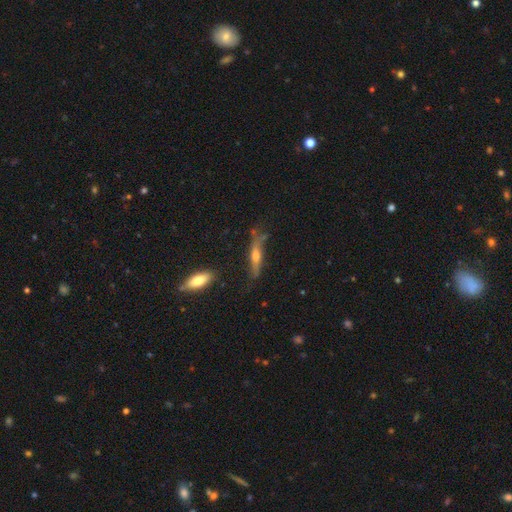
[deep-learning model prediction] smooth-or-featured: featured or disk: 57% | smooth: 35% | star or artifact: 9%
  disk-edge-on: yes: 86% | no: 14%
  merging: none: 64% | minor disturbance: 24% | major disturbance: 8% | merger: 5%